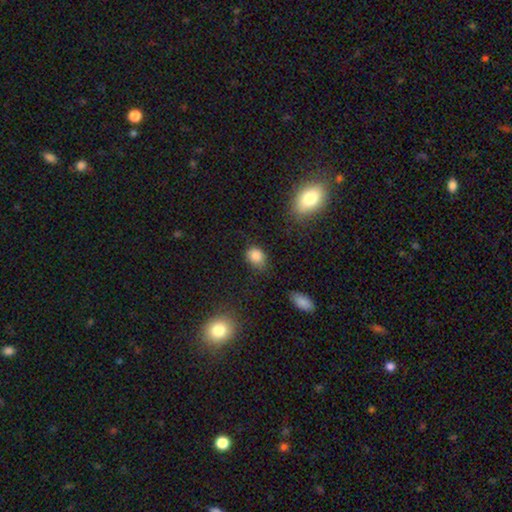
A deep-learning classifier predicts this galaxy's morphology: Q: Smooth or featured?
A: smooth (85%); runner-up: star or artifact (10%)
Q: How rounded?
A: in between (58%); runner-up: round (41%)
Q: Merging?
A: none (67%); runner-up: minor disturbance (25%)